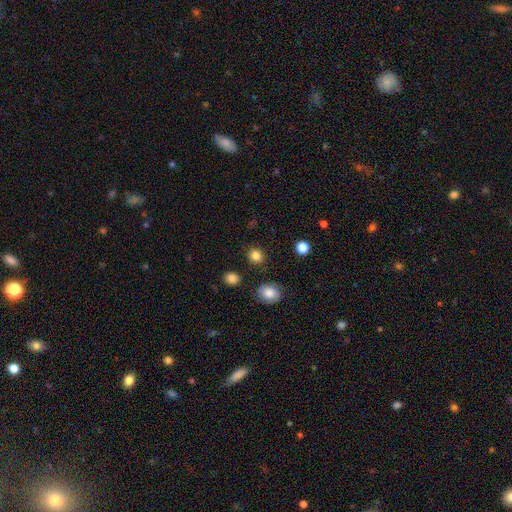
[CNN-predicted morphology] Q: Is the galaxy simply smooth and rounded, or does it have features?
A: smooth — 84%.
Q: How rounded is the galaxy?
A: round — 83%.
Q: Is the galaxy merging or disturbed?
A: none — 87%.